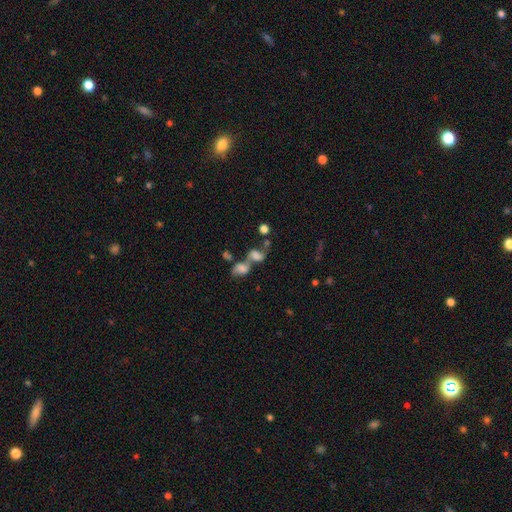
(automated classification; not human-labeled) smooth 56%, featured or disk 28%, star or artifact 16%. Down the decision tree: how rounded — in between (69%); merging — merger (62%).